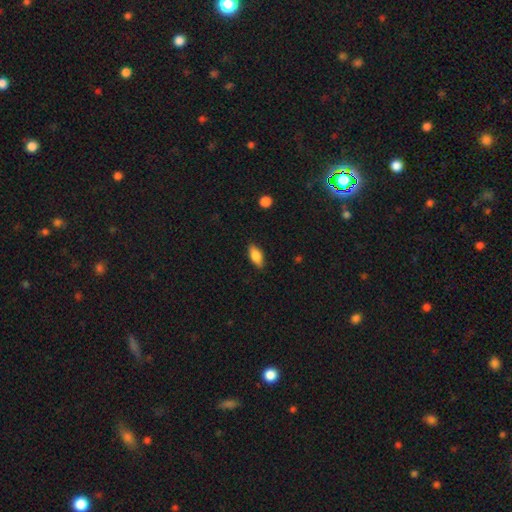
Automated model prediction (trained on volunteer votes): Smooth or featured: smooth — 80% (featured or disk — 13%)
How rounded: in between — 85% (cigar-shaped — 12%)
Merging: none — 86% (minor disturbance — 11%)